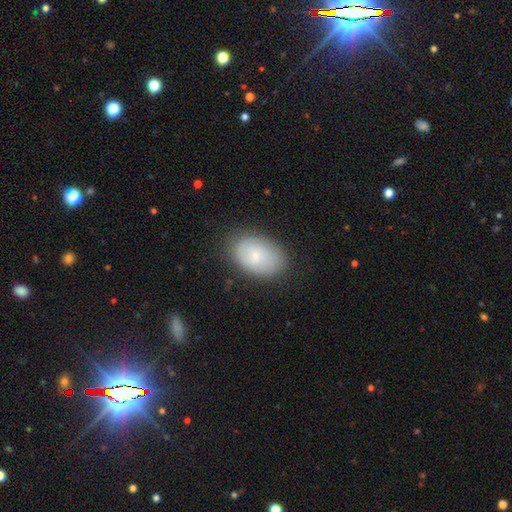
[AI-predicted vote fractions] Morphology: type=smooth (64%); roundness=in between (85%); merging=none (81%).